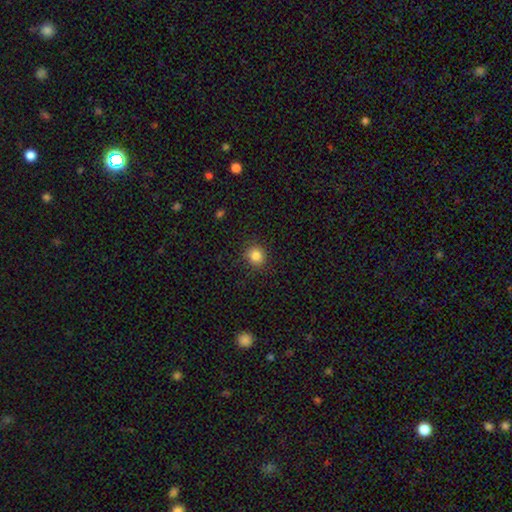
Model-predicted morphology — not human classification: type=smooth (84%); roundness=round (86%); merging=none (88%).